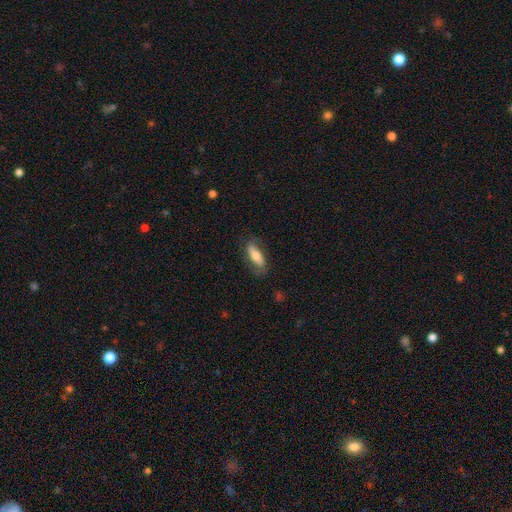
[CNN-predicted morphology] A smooth galaxy with no disk features (67%) that is in between round and cigar-shaped (66%). Merging: none (71%).